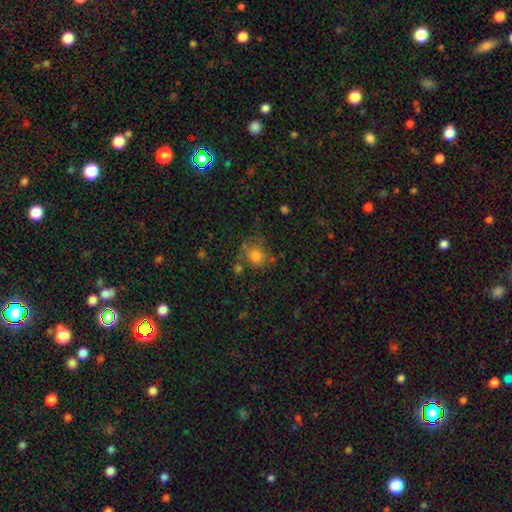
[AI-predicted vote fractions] The model was most divided on "merging": none: 57%, minor disturbance: 22%, major disturbance: 11%, merger: 10%. More confident: smooth or featured — smooth (74%); how rounded — round (74%).